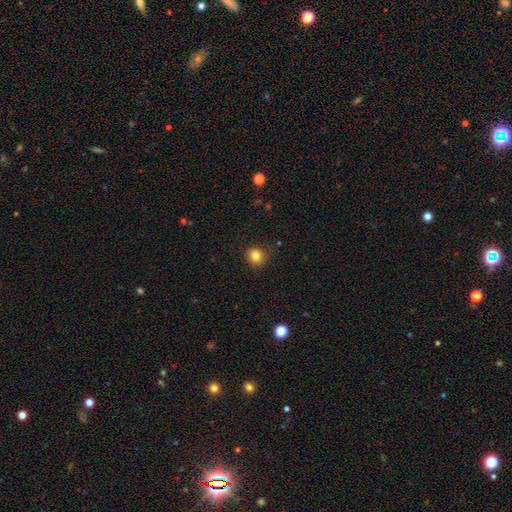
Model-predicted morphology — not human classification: Overall: smooth (83%). How rounded: round (89%). Merging: none (87%).